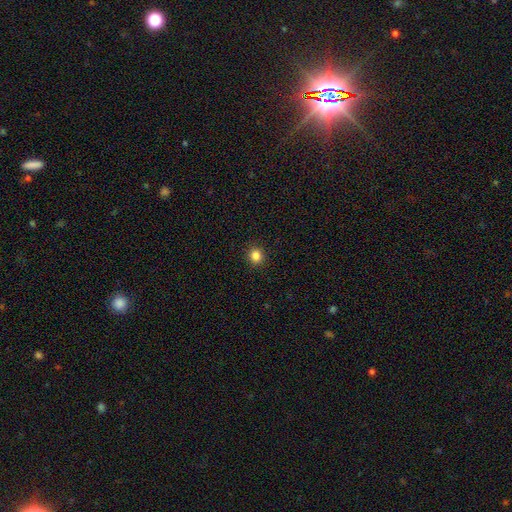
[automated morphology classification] A smooth galaxy with no disk features (84%) that is round (87%). Merging: none (92%).